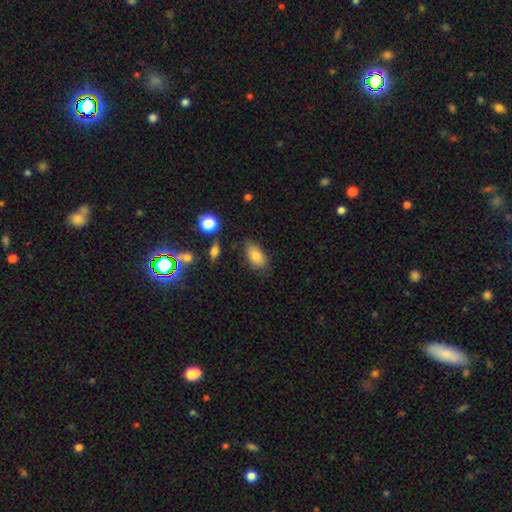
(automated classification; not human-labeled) smooth 83%, featured or disk 9%, star or artifact 9%. Down the decision tree: how rounded — in between (90%); merging — none (78%).